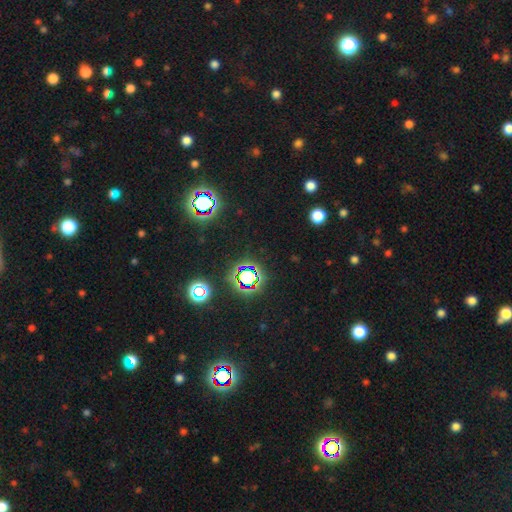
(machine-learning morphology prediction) Overall: star or artifact (71%).